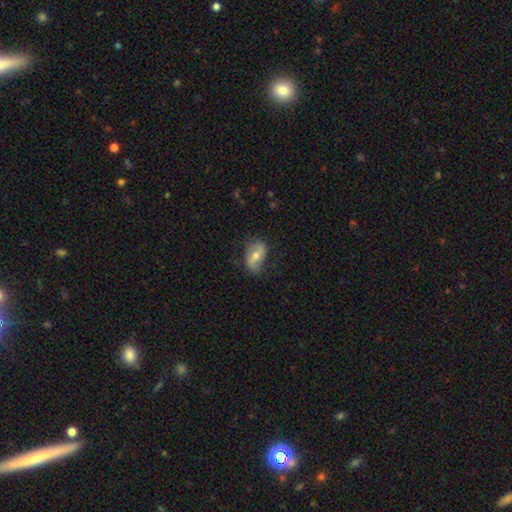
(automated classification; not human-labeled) This appears to be a smooth galaxy with no disk features (47%). Merging: none (69%).